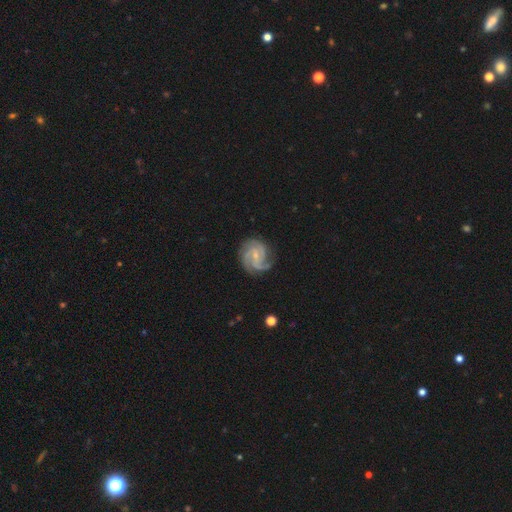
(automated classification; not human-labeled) This appears to be a featured or disk galaxy (90%) with no bar (55%), 3 (55%) tight (50%) spiral arms (98%) and a small central bulge (75%). Merging: none (78%).